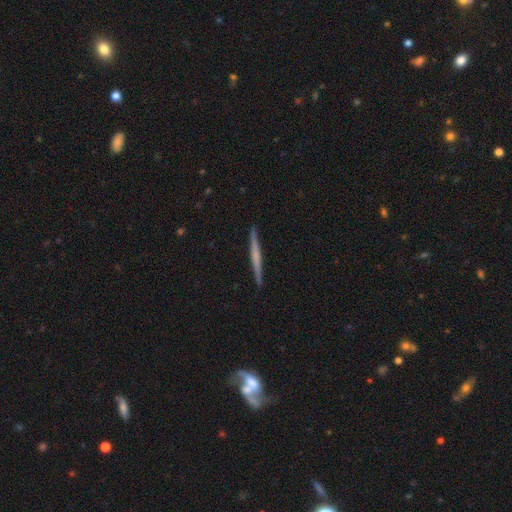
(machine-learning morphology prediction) type=featured or disk (56%); edge-on=yes (98%); edge-on bulge=none (69%); merging=none (92%).